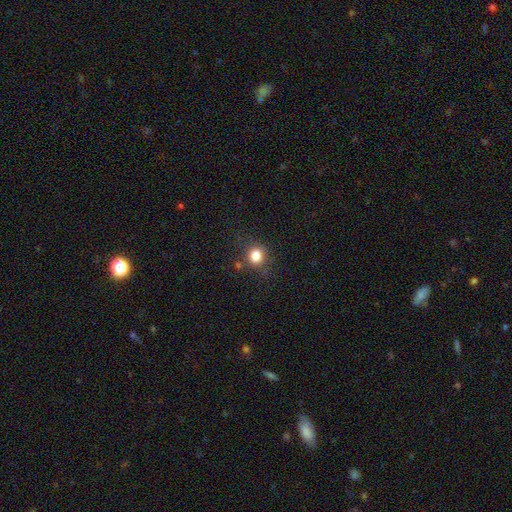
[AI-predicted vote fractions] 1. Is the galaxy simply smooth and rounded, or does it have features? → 83% smooth, 12% star or artifact, 5% featured or disk.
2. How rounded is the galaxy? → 74% round, 25% in between, 1% cigar-shaped.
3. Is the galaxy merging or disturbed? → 77% none, 13% minor disturbance, 5% merger, 4% major disturbance.